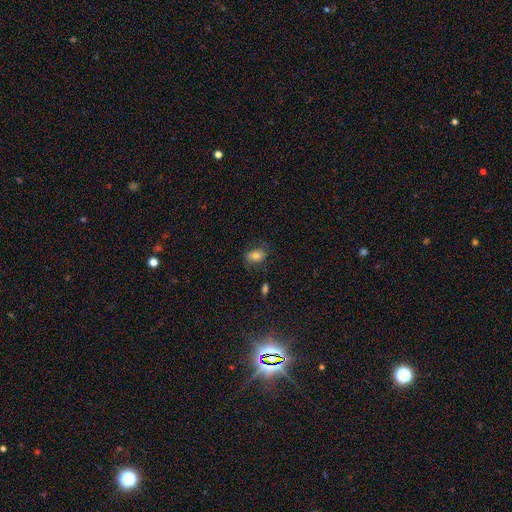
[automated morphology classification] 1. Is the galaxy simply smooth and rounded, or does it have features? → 71% smooth, 18% featured or disk, 11% star or artifact.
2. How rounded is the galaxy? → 77% in between, 21% round, 2% cigar-shaped.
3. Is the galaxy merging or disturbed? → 68% none, 22% minor disturbance, 8% major disturbance, 2% merger.